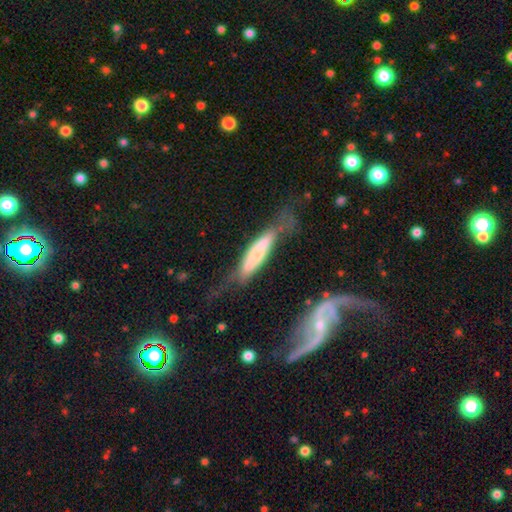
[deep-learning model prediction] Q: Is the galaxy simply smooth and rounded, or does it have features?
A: smooth — 53%.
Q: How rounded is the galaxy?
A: cigar-shaped — 72%.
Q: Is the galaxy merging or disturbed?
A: none — 47%.